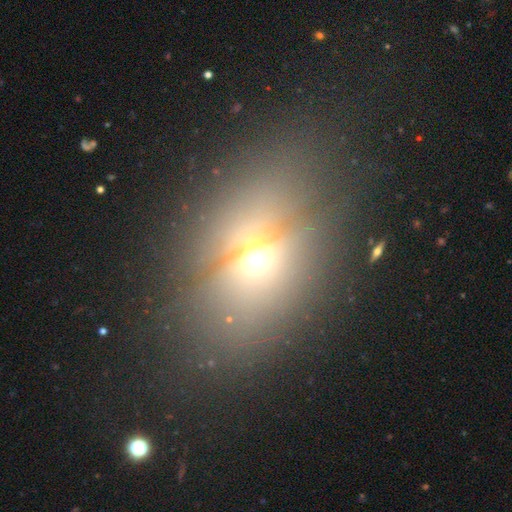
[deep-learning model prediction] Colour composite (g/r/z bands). It shows a smooth galaxy with no disk features (46%). Merging: none (66%).